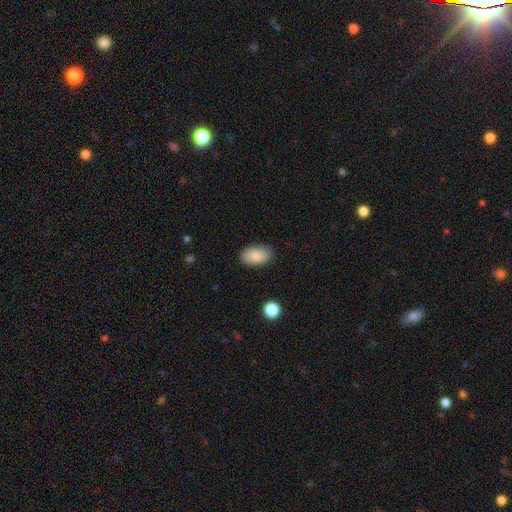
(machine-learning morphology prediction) smooth 87%, star or artifact 7%, featured or disk 6%. Down the decision tree: how rounded — in between (94%); merging — none (85%).